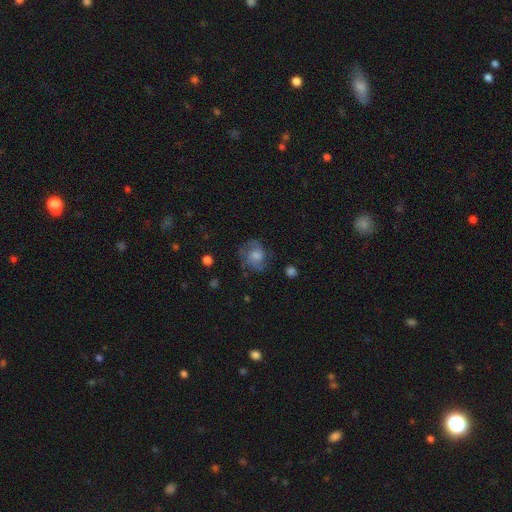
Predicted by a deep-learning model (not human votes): Smooth or featured?
  - featured or disk: 49% *
  - smooth: 42%
  - star or artifact: 9%
Merging?
  - none: 62% *
  - minor disturbance: 22%
  - major disturbance: 15%
  - merger: 2%